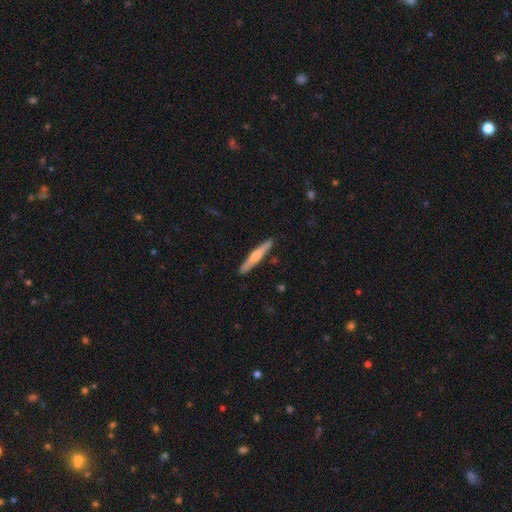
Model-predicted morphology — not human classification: A featured or disk galaxy (52%) viewed edge-on (97%) with a rounded central bulge (78%). Merging: none (91%).